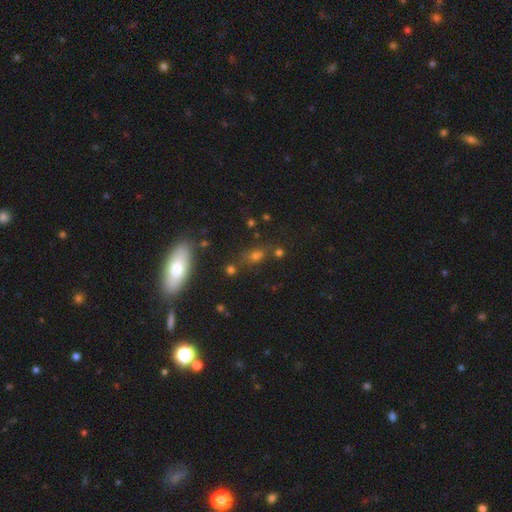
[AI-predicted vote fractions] smooth_or_featured: smooth (p=0.59) [alt: star or artifact p=0.26]
how_rounded: in between (p=0.54) [alt: round p=0.33]
merging: none (p=0.70) [alt: minor disturbance p=0.13]